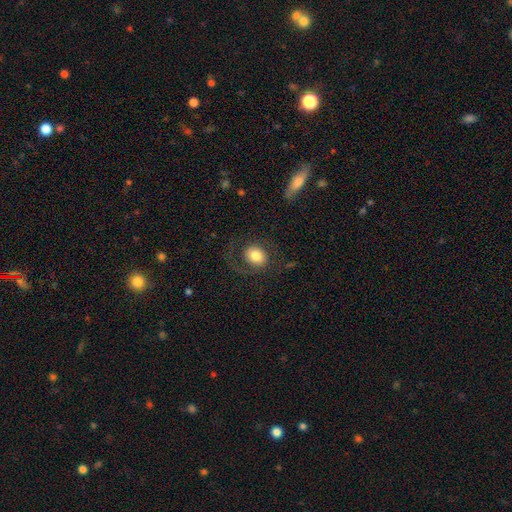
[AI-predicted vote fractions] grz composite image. It shows a smooth galaxy with no disk features (63%) that is round (64%). Merging: none (67%).